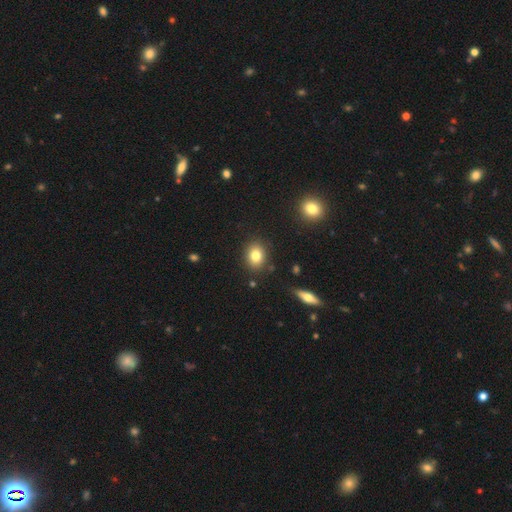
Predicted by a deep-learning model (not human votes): smooth 81%, star or artifact 10%, featured or disk 9%. Down the decision tree: how rounded — in between (53%); merging — none (87%).